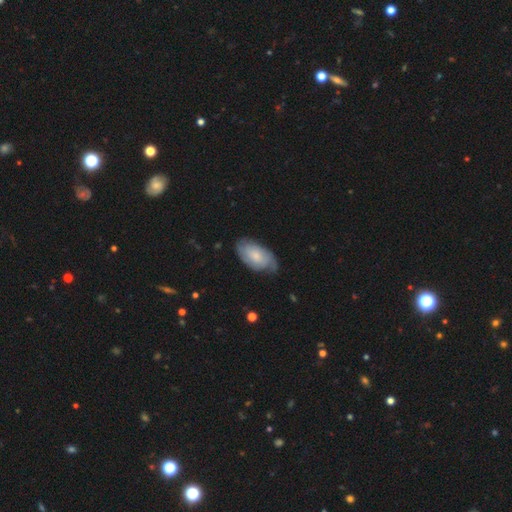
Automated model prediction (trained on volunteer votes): Overall: featured or disk (51%; smooth 43%). Edge-on disk: no (94%). Merging: none (67%).